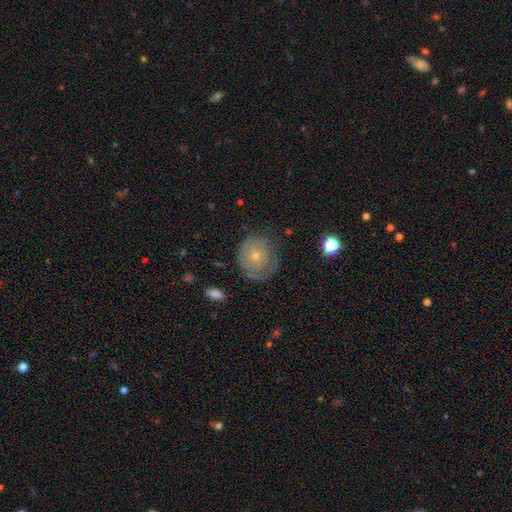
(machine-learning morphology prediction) Smooth or featured? featured or disk (48%)
Merging? none (59%)